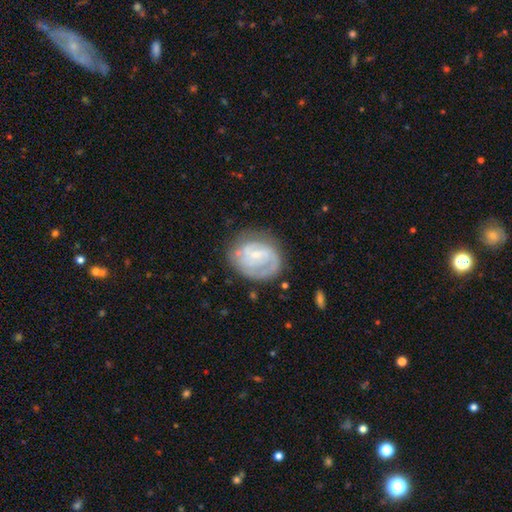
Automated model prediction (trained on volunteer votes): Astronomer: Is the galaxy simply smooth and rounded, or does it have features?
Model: featured or disk — 76%.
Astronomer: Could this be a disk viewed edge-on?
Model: no — 98%.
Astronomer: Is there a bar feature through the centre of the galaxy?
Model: weak — 47% (runner-up: no, 41%).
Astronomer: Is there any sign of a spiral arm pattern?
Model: yes — 88%.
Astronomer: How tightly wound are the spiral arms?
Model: tight — 56% (runner-up: medium, 33%).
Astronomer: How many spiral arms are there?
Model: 2 — 41% (runner-up: can't tell, 28%).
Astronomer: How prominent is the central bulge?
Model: small — 70%.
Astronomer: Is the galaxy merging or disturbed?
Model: none — 65%.